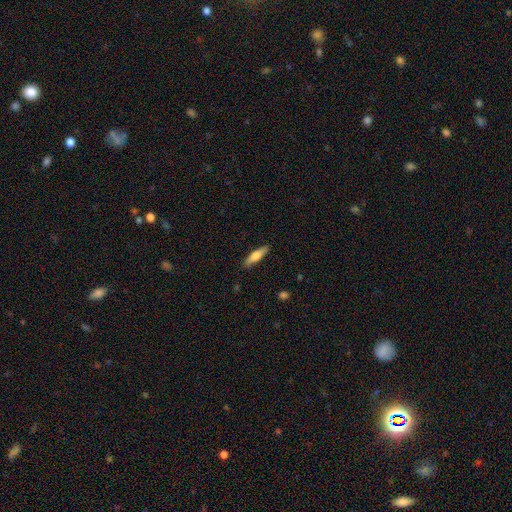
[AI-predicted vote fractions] This is likely a smooth galaxy (62%). How rounded: likely cigar-shaped (73%). Merging: clearly none (85%).